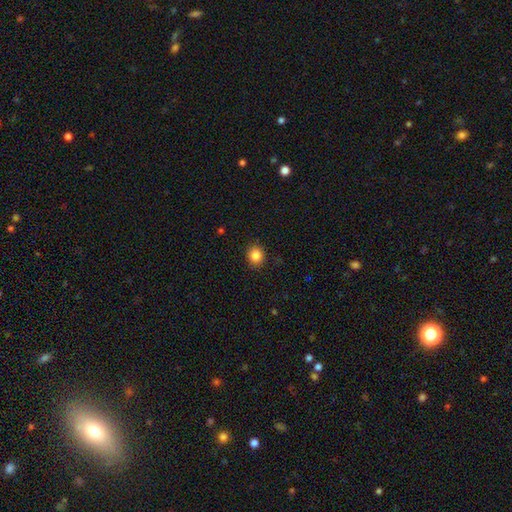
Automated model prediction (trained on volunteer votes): Smooth or featured?
  - smooth: 85% *
  - star or artifact: 11%
  - featured or disk: 5%
How rounded?
  - round: 81% *
  - in between: 18%
  - cigar-shaped: 1%
Merging?
  - none: 90% *
  - minor disturbance: 7%
  - major disturbance: 2%
  - merger: 1%